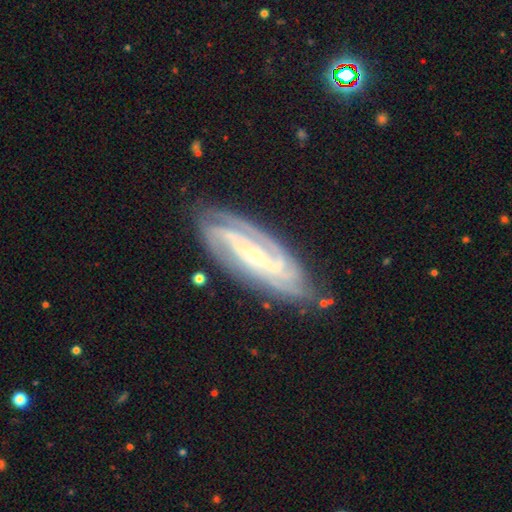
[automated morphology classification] Smooth or featured? featured or disk (90%)
Edge-on disk? no (91%)
Bar? strong (41%)
Spiral arms? yes (98%)
Spiral winding? tight (63%)
Spiral arm count? 3 (28%)
Bulge size? small (77%)
Merging? none (79%)